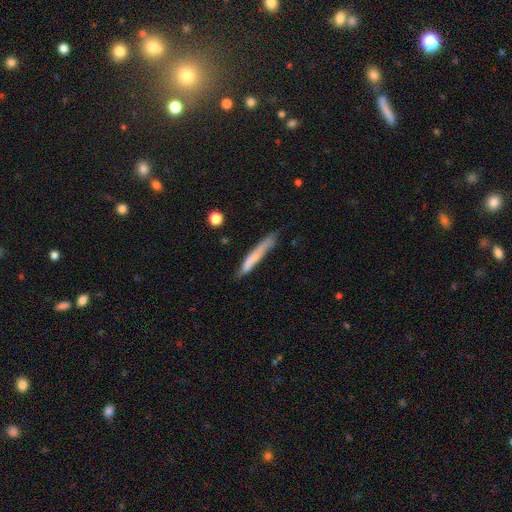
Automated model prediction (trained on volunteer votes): A smooth galaxy with no disk features (64%) that is cigar-shaped (94%). Merging: none (67%).